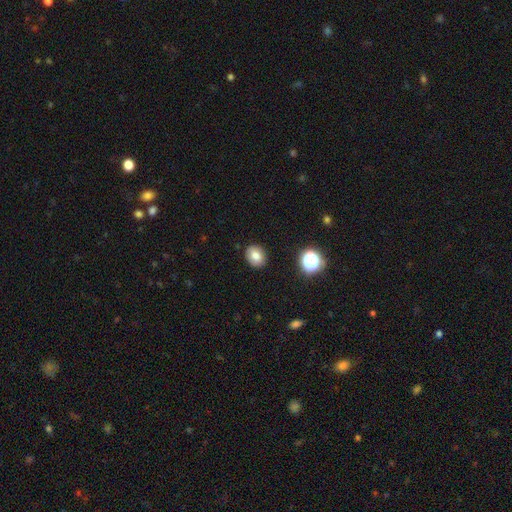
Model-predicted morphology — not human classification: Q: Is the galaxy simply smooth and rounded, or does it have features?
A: smooth — 80%.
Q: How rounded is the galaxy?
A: in between — 50%.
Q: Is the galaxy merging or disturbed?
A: none — 88%.